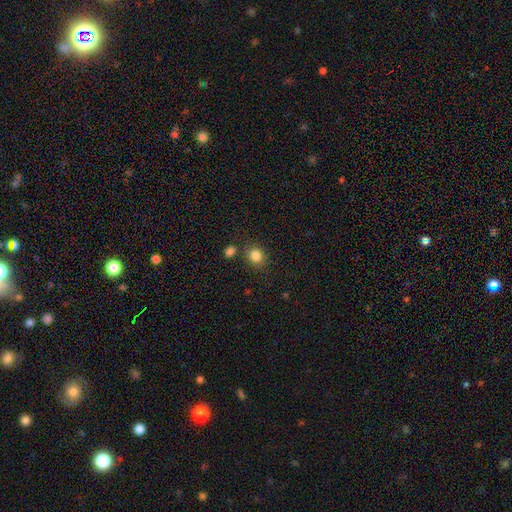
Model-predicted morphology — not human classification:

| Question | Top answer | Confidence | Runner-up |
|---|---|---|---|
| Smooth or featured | smooth | 83% | star or artifact (11%) |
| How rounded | round | 73% | in between (26%) |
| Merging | none | 80% | minor disturbance (10%) |